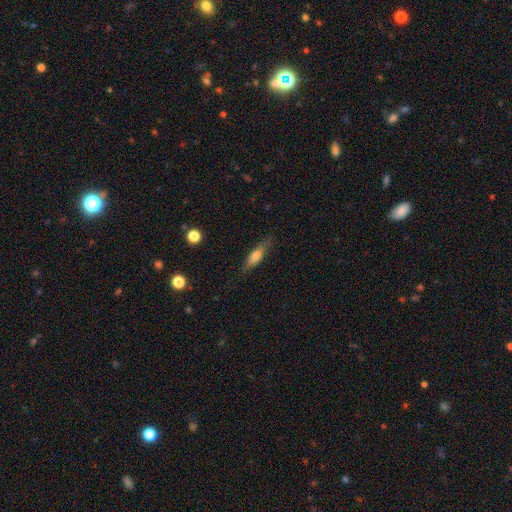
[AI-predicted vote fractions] Morphology: type=smooth (59%); roundness=cigar-shaped (57%); merging=none (77%).